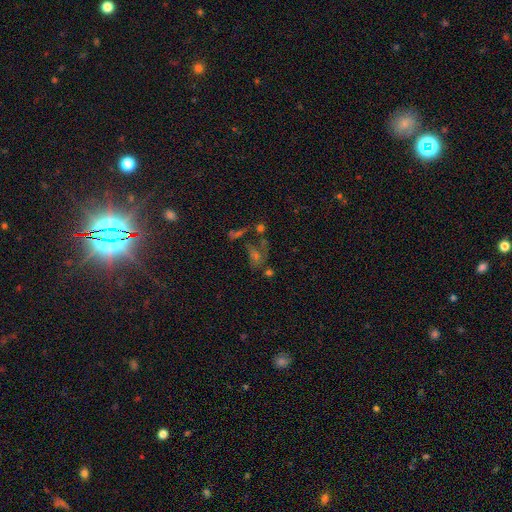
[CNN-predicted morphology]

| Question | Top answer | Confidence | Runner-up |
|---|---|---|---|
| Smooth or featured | star or artifact | 38% | featured or disk (32%) |